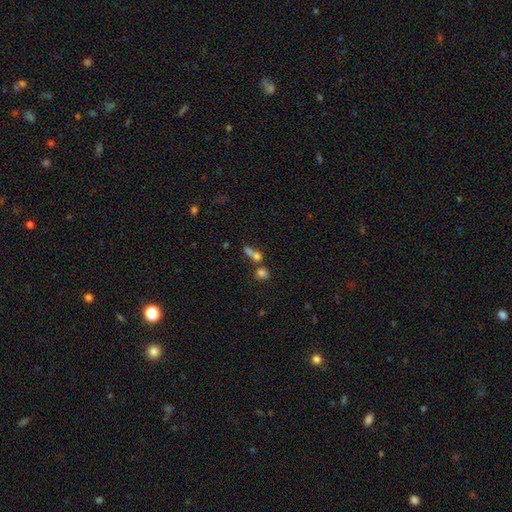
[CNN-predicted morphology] A smooth galaxy with no disk features (68%) that is round (57%). Merging: merger (49%).